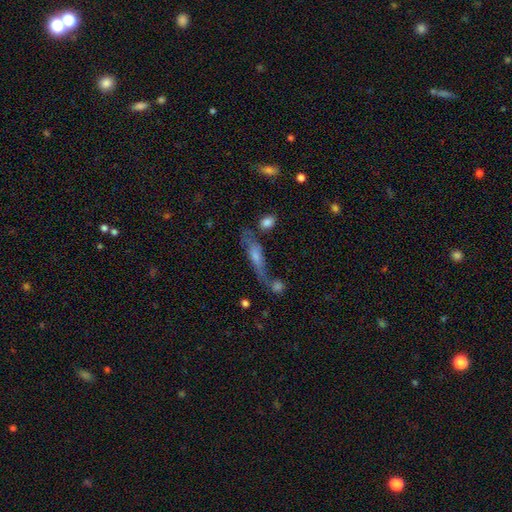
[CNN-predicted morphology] A featured or disk galaxy (51%) viewed edge-on (60%).

Vote fractions:
- Smooth or featured? featured or disk: 51% / smooth: 34% / star or artifact: 15%
- Edge-on disk? yes: 60% / no: 40%
- Merging? none: 43% / merger: 25% / minor disturbance: 18% / major disturbance: 13%